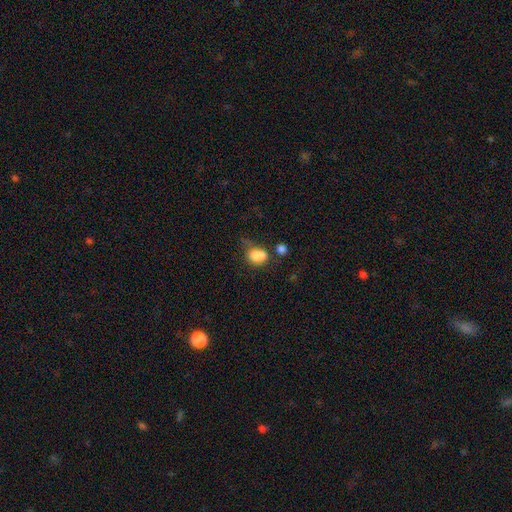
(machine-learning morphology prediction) A smooth galaxy with no disk features (76%) that is round (54%). Merging: merger (42%).